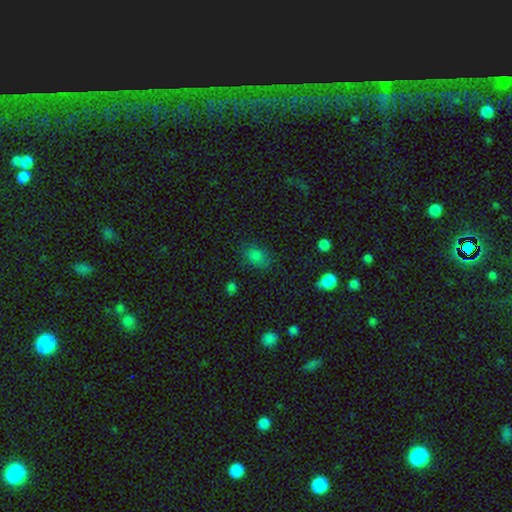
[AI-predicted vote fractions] A smooth galaxy with no disk features (76%) that is in between round and cigar-shaped (69%). Merging: none (73%).